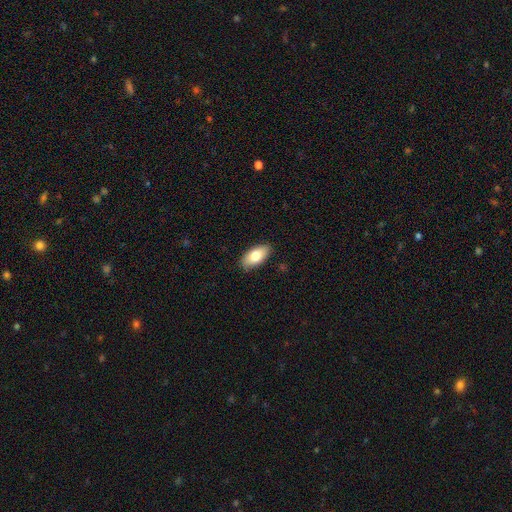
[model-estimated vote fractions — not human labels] Smooth or featured? Predicted: smooth (p=0.79). How rounded? Predicted: in between (p=0.92). Merging? Predicted: none (p=0.87).